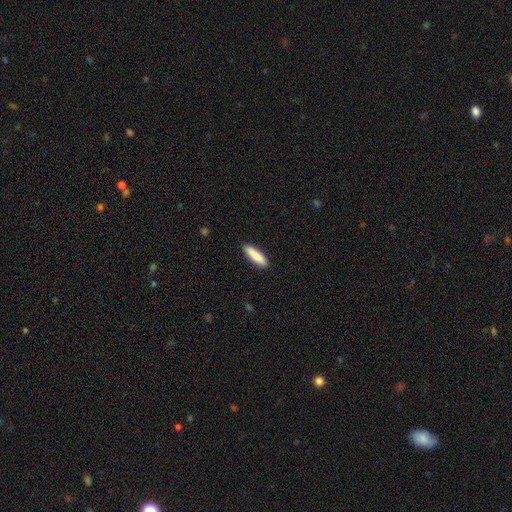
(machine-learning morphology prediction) The model was most divided on "how rounded": cigar-shaped: 66%, in between: 32%, round: 1%. More confident: merging — none (90%); smooth or featured — smooth (87%).